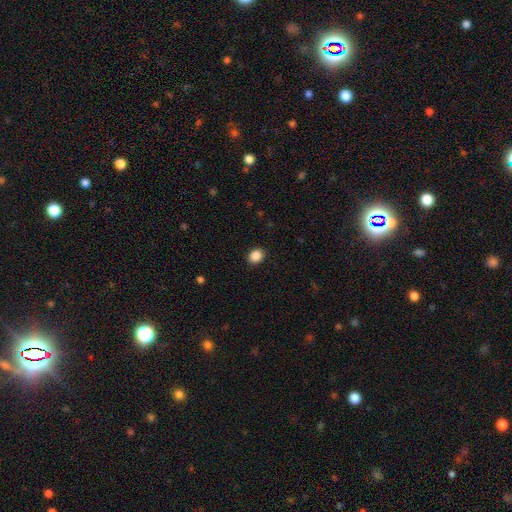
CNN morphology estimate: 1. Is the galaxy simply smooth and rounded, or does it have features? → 88% smooth, 9% star or artifact, 3% featured or disk.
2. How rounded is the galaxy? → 59% round, 40% in between, 1% cigar-shaped.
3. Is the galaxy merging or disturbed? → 90% none, 7% minor disturbance, 2% major disturbance, 1% merger.